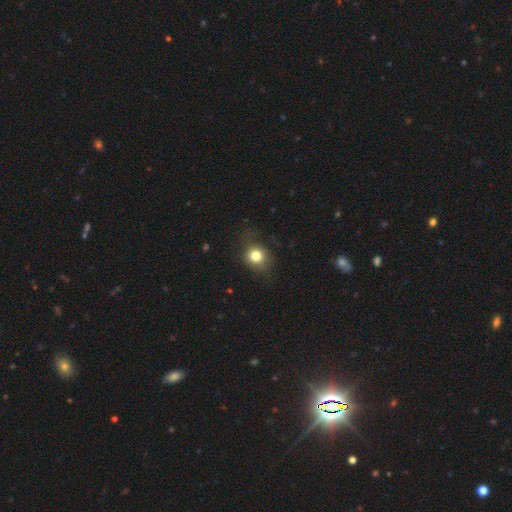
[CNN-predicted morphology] Q: Smooth or featured?
A: smooth (80%); runner-up: star or artifact (12%)
Q: How rounded?
A: round (77%); runner-up: in between (22%)
Q: Merging?
A: none (73%); runner-up: minor disturbance (19%)